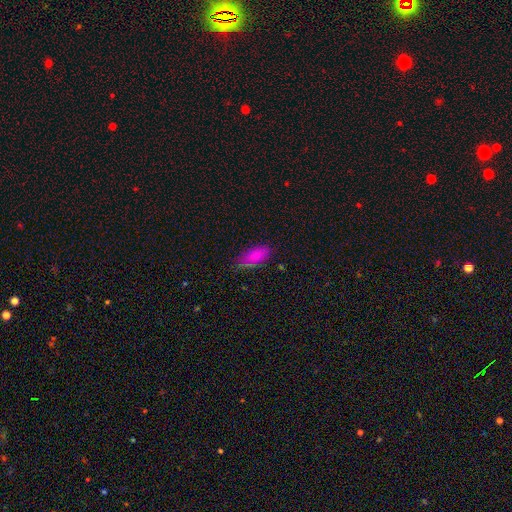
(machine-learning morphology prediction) Smooth or featured?
  - smooth: 80% *
  - featured or disk: 11%
  - star or artifact: 9%
How rounded?
  - in between: 89% *
  - cigar-shaped: 9%
  - round: 3%
Merging?
  - none: 67% *
  - minor disturbance: 25%
  - major disturbance: 6%
  - merger: 2%